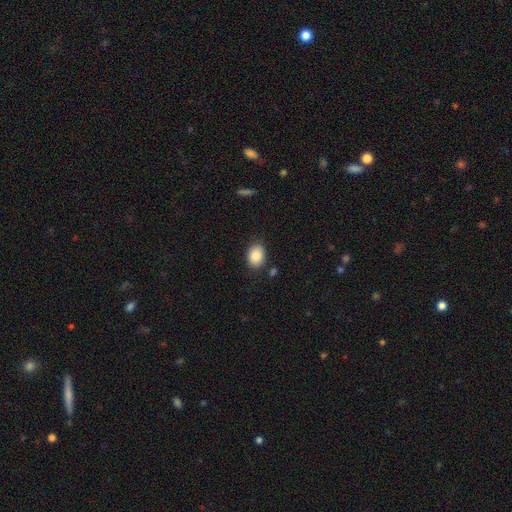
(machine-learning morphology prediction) smooth 86%, star or artifact 7%, featured or disk 6%. Down the decision tree: how rounded — in between (72%); merging — none (84%).